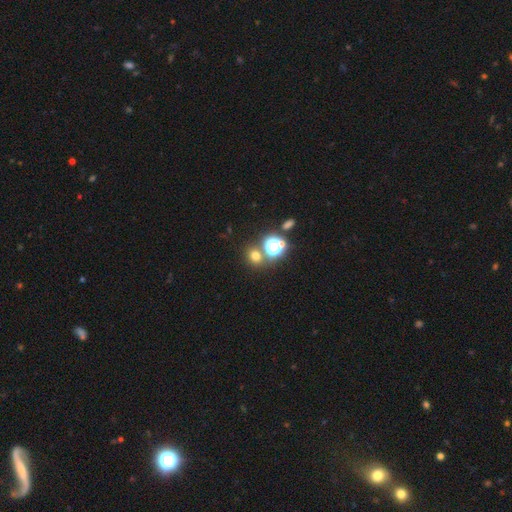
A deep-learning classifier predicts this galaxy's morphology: smooth-or-featured: smooth: 64% | star or artifact: 28% | featured or disk: 7%
  how-rounded: round: 75% | in between: 24% | cigar-shaped: 1%
  merging: none: 73% | merger: 15% | minor disturbance: 8% | major disturbance: 4%